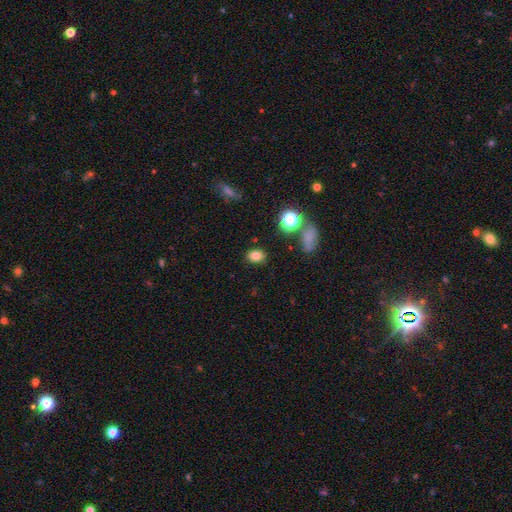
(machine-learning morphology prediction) smooth-or-featured: smooth: 80% | star or artifact: 14% | featured or disk: 6%
  how-rounded: in between: 60% | round: 39% | cigar-shaped: 1%
  merging: none: 84% | minor disturbance: 10% | major disturbance: 3% | merger: 3%